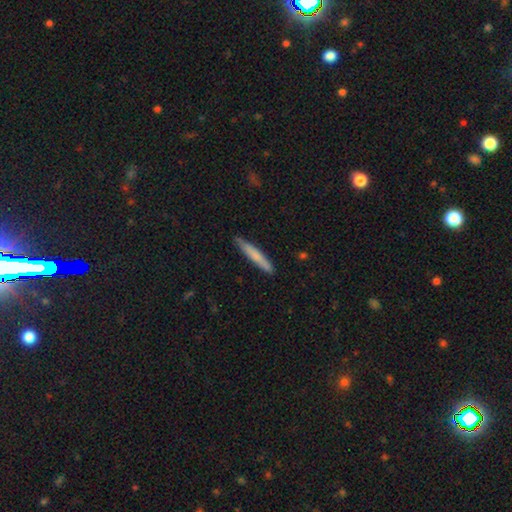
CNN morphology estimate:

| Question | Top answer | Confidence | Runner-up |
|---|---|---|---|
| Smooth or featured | smooth | 69% | featured or disk (25%) |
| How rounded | cigar-shaped | 95% | in between (4%) |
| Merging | none | 87% | minor disturbance (10%) |